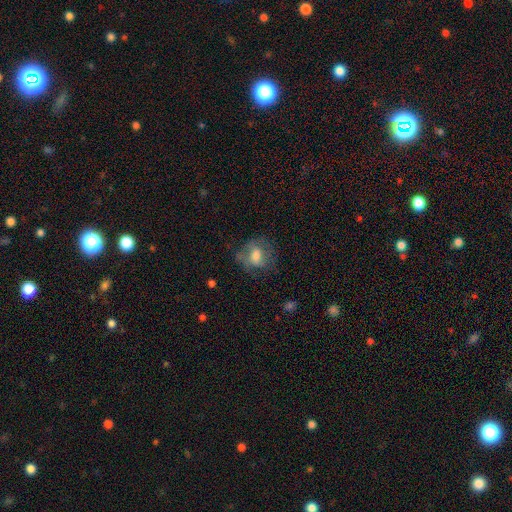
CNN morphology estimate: A smooth galaxy with no disk features (53%) that is round (56%). Merging: none (55%).